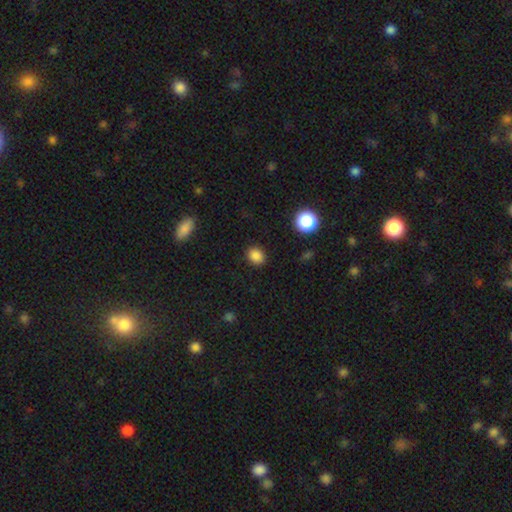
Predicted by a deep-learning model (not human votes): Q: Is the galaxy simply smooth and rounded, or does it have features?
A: smooth — 85%.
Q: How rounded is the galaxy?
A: round — 65%.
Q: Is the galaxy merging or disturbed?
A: none — 89%.